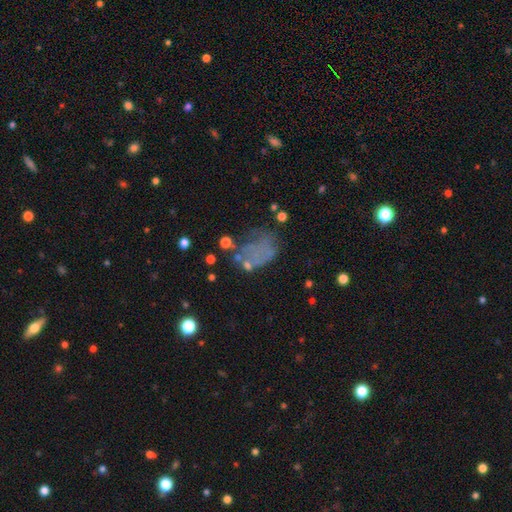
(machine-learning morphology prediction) Smooth or featured: smooth — 43% (featured or disk — 36%)
Merging: none — 36% (major disturbance — 33%)